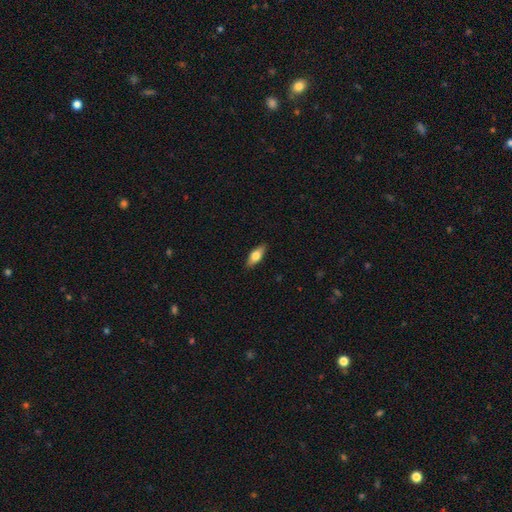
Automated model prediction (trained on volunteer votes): Overall: smooth (66%; featured or disk 27%). How rounded: in between (73%). Merging: none (88%).